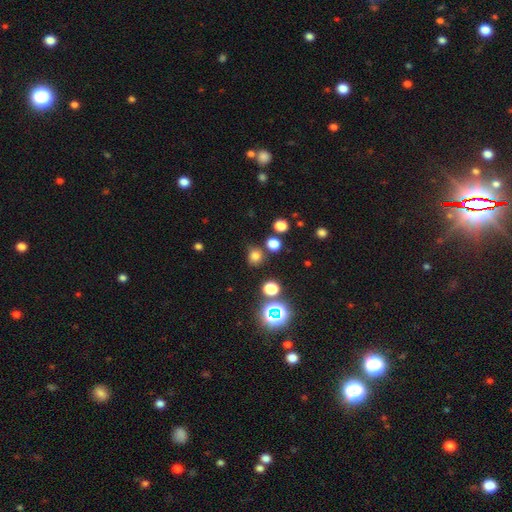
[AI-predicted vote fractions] The model was most divided on "smooth or featured": smooth: 72%, star or artifact: 22%, featured or disk: 6%. More confident: how rounded — round (83%); merging — none (78%).